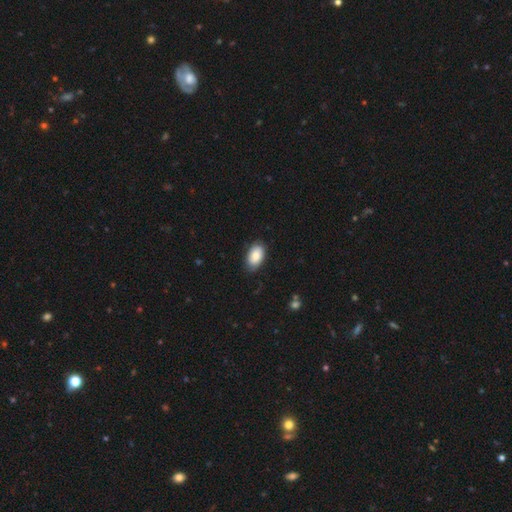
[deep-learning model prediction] This is clearly a smooth galaxy (82%). How rounded: clearly in between (94%). Merging: likely none (78%).